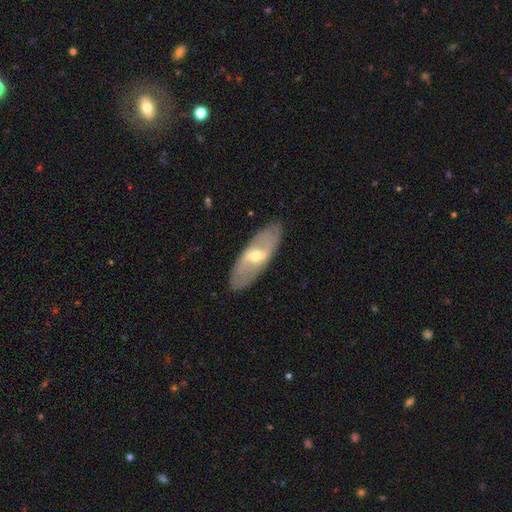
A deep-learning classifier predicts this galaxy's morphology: Overall: featured or disk (64%; smooth 31%). Edge-on disk: no (79%). Bar: weak (44%; strong 34%). Spiral arms: no (56%; yes 44%). Bulge size: moderate (60%; small 34%). Merging: none (86%).